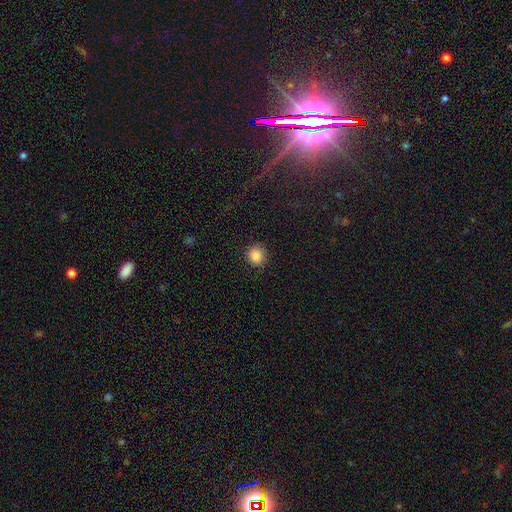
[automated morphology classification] Smooth or featured? Predicted: smooth (p=0.86). How rounded? Predicted: round (p=0.89). Merging? Predicted: none (p=0.87).